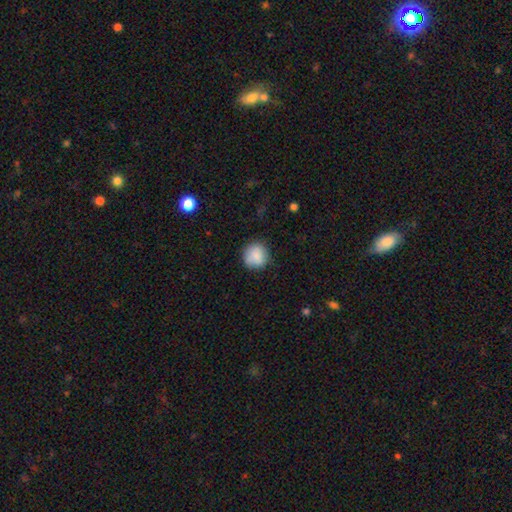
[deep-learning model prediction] smooth_or_featured: smooth (p=0.87) [alt: star or artifact p=0.08]
how_rounded: round (p=0.90) [alt: in between p=0.09]
merging: none (p=0.82) [alt: minor disturbance p=0.14]